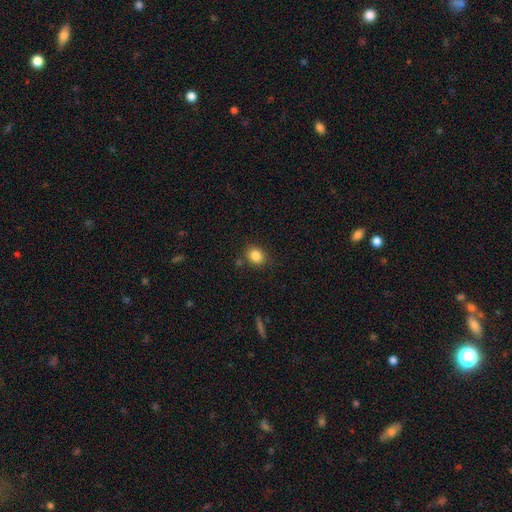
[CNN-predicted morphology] smooth 85%, star or artifact 10%, featured or disk 5%. Down the decision tree: how rounded — round (59%); merging — none (80%).